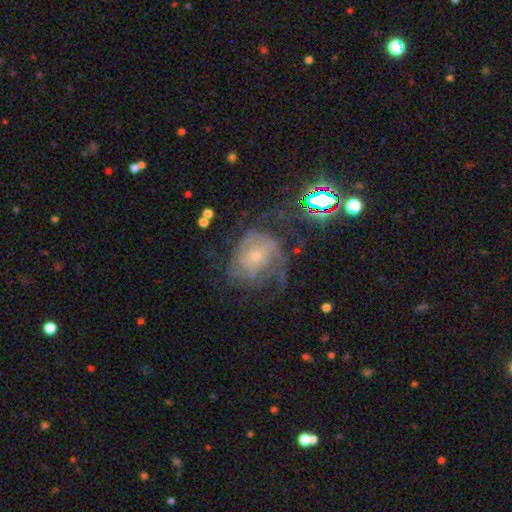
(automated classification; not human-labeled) Smooth or featured?
  - featured or disk: 71% *
  - smooth: 16%
  - star or artifact: 13%
Edge-on disk?
  - no: 97% *
  - yes: 3%
Bar?
  - no: 74% *
  - weak: 22%
  - strong: 4%
Spiral arms?
  - yes: 84% *
  - no: 16%
Spiral winding?
  - tight: 45% *
  - medium: 37%
  - loose: 17%
Spiral arm count?
  - can't tell: 47% *
  - 2: 17%
  - 3: 16%
  - 4: 9%
  - 1: 7%
  - more than 4: 5%
Bulge size?
  - small: 68% *
  - moderate: 25%
  - none: 3%
  - large: 2%
  - dominant: 1%
Merging?
  - none: 48% *
  - major disturbance: 29%
  - minor disturbance: 20%
  - merger: 3%